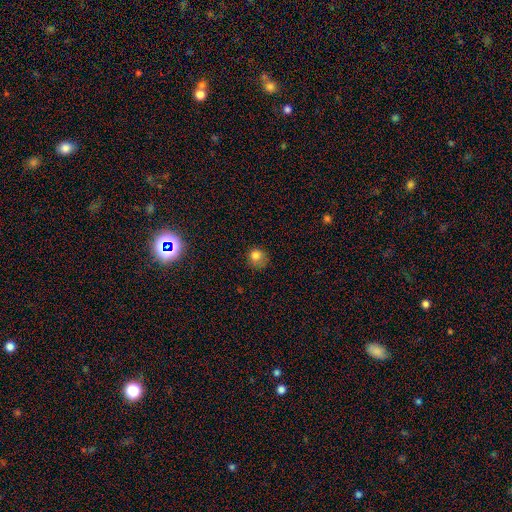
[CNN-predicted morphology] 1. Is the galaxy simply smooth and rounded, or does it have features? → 79% smooth, 14% star or artifact, 7% featured or disk.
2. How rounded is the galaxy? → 80% round, 19% in between, 1% cigar-shaped.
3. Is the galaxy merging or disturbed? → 62% none, 26% minor disturbance, 11% major disturbance, 2% merger.